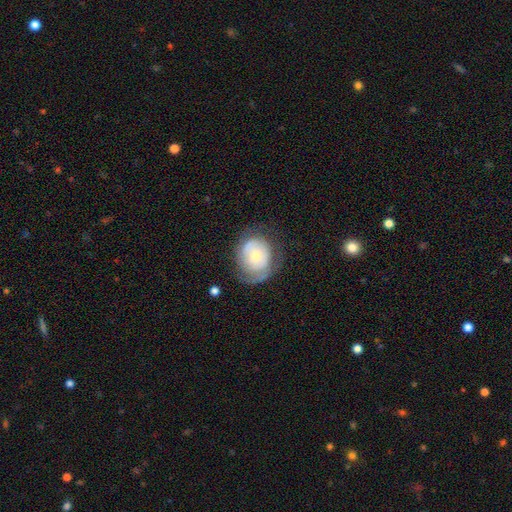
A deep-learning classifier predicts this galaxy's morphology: smooth 47%, featured or disk 45%, star or artifact 8%. Down the decision tree: merging — none (51%).